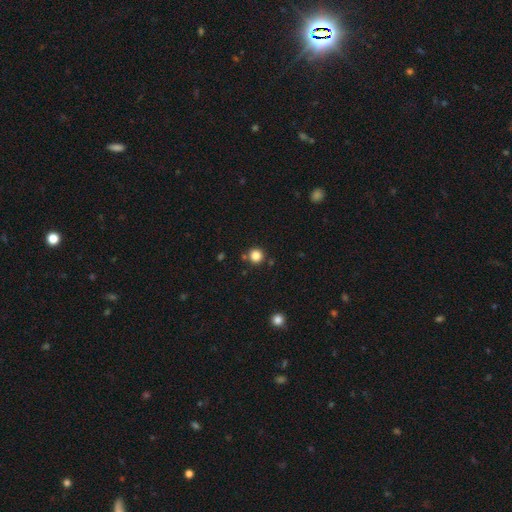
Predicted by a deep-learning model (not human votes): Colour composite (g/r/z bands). It shows a smooth galaxy with no disk features (84%) that is round (94%). Merging: none (84%).